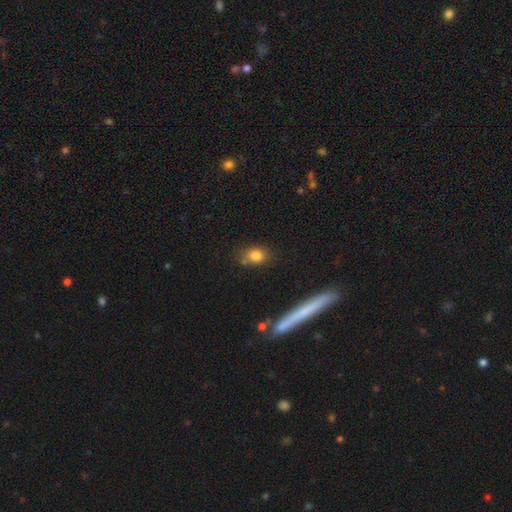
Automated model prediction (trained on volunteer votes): Morphology: type=smooth (81%); roundness=in between (53%); merging=none (72%).